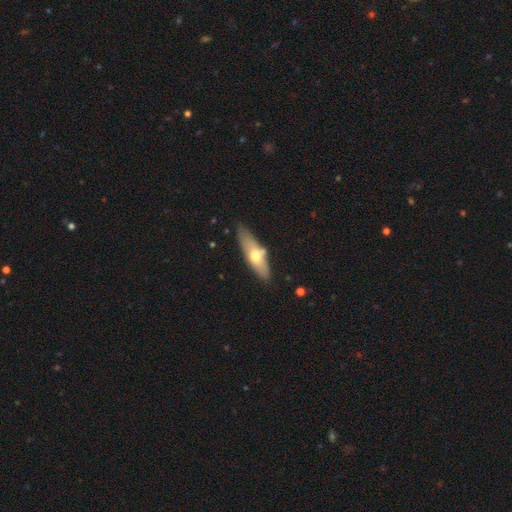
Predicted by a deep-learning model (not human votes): This is possibly a smooth galaxy (56%). How rounded: possibly in between (51%). Merging: likely none (73%).